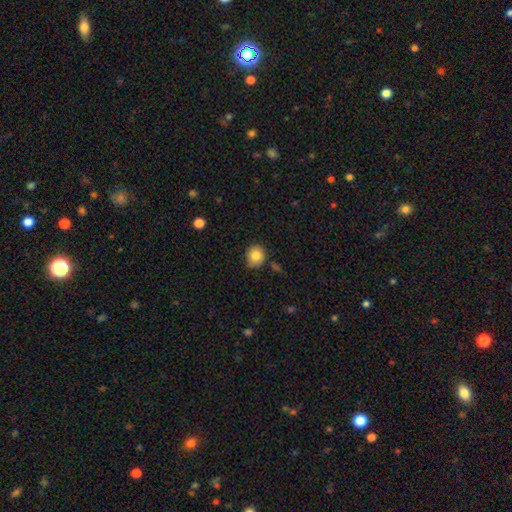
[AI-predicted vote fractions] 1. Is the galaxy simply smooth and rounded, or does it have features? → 83% smooth, 9% star or artifact, 7% featured or disk.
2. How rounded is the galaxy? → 76% round, 23% in between, 1% cigar-shaped.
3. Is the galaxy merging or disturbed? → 77% none, 17% minor disturbance, 3% merger, 3% major disturbance.